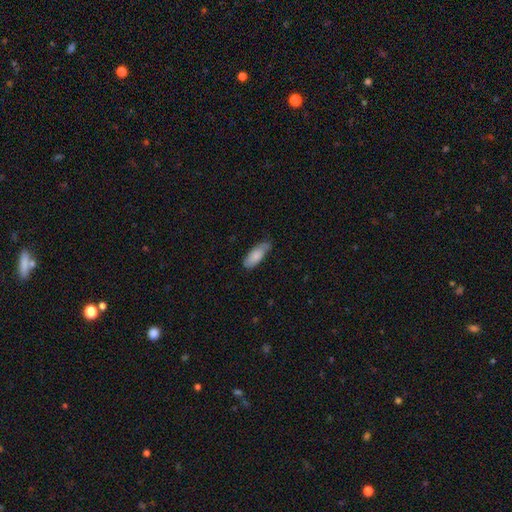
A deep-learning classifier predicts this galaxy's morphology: This appears to be a smooth galaxy with no disk features (83%) that is in between round and cigar-shaped (78%). Merging: none (59%).